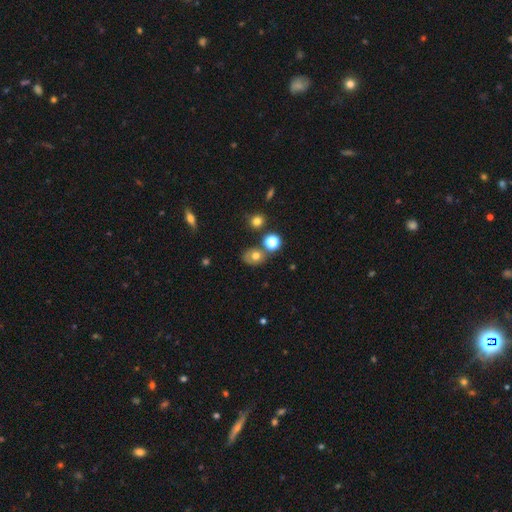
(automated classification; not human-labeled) This appears to be a smooth galaxy with no disk features (68%) that is round (53%). Merging: none (66%).